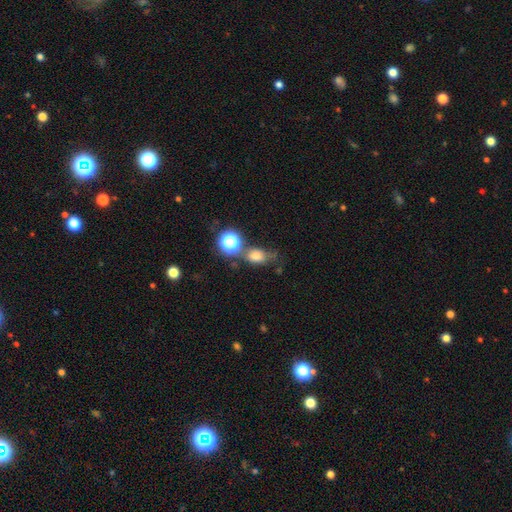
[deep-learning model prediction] This is likely a smooth galaxy (71%). How rounded: likely in between (65%). Merging: possibly none (48%).